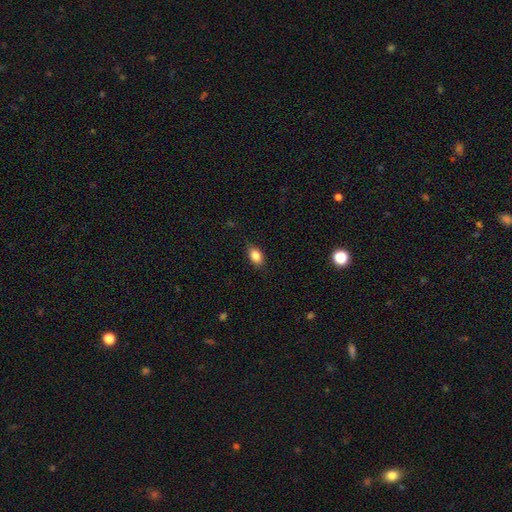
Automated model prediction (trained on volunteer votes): smooth 85%, star or artifact 9%, featured or disk 6%. Down the decision tree: how rounded — in between (84%); merging — none (83%).